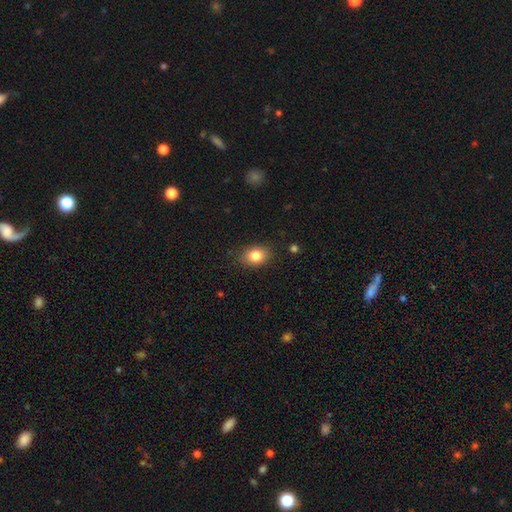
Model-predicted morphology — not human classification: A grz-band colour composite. It shows a smooth galaxy with no disk features (83%) that is in between round and cigar-shaped (68%). Merging: none (84%).